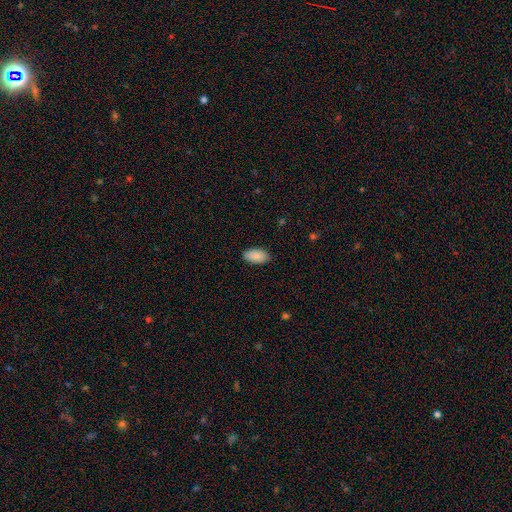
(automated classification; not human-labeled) This is clearly a smooth galaxy (85%). How rounded: clearly in between (95%). Merging: clearly none (87%).